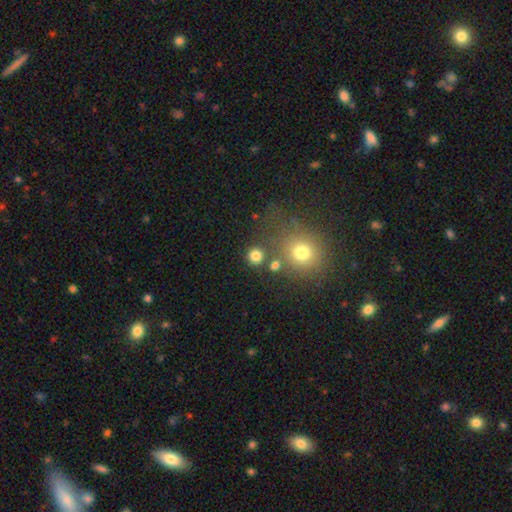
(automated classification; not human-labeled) The model was most divided on "smooth or featured": smooth: 80%, star or artifact: 14%, featured or disk: 6%. More confident: how rounded — round (91%); merging — none (78%).